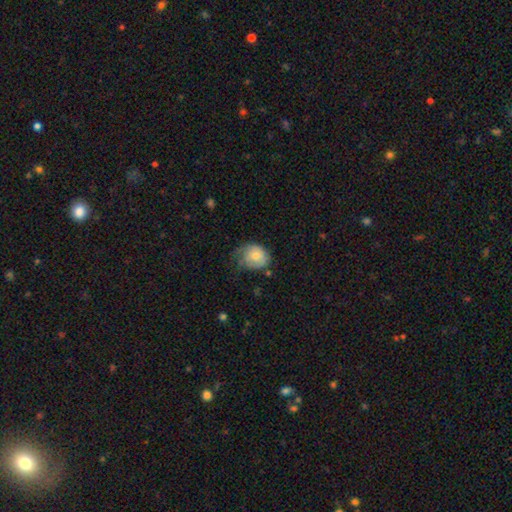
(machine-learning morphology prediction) A smooth galaxy with no disk features (66%) that is round (57%).

Vote fractions:
- Smooth or featured? smooth: 66% / featured or disk: 27% / star or artifact: 7%
- How rounded? round: 57% / in between: 42% / cigar-shaped: 1%
- Merging? minor disturbance: 37% / none: 34% / major disturbance: 26% / merger: 2%